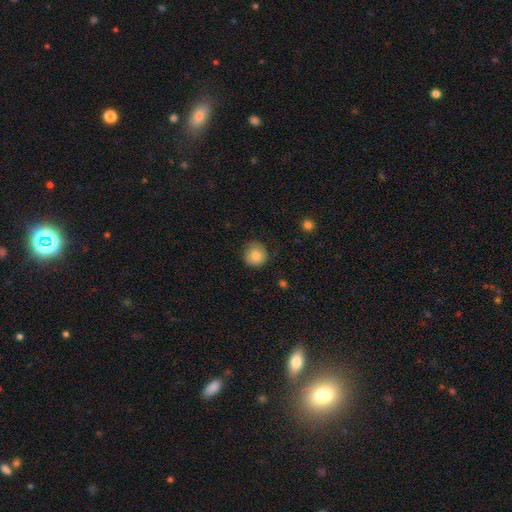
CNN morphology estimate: Overall: smooth (85%). How rounded: round (92%). Merging: none (77%).